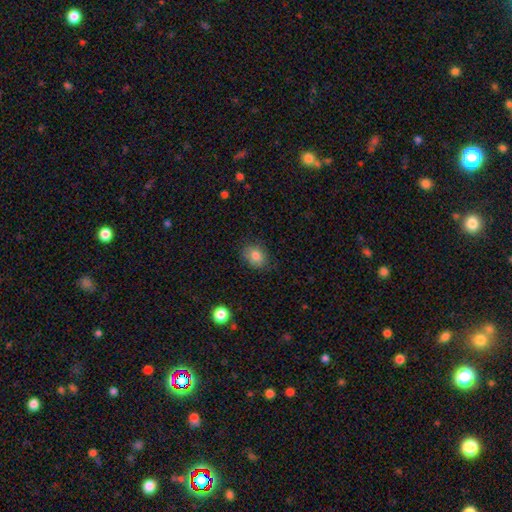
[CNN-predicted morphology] smooth_or_featured: smooth (p=0.82) [alt: star or artifact p=0.09]
how_rounded: in between (p=0.58) [alt: round p=0.41]
merging: none (p=0.80) [alt: minor disturbance p=0.16]